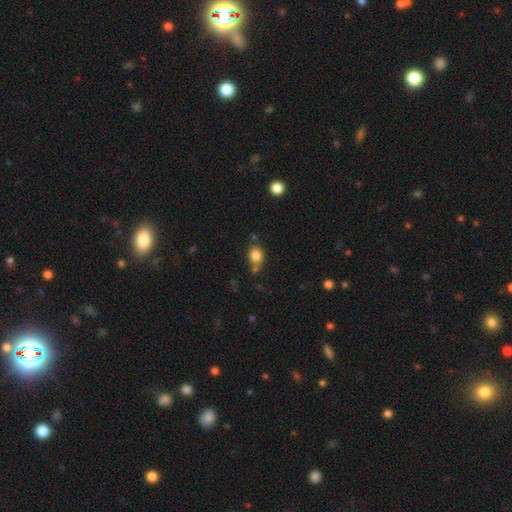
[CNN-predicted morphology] Smooth or featured? Predicted: smooth (p=0.83). How rounded? Predicted: round (p=0.65). Merging? Predicted: none (p=0.66).